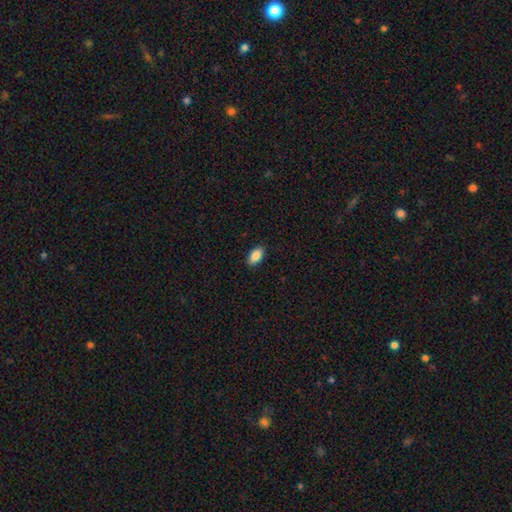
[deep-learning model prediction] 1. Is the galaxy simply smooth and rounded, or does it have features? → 88% smooth, 7% star or artifact, 5% featured or disk.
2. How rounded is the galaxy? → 93% in between, 4% round, 3% cigar-shaped.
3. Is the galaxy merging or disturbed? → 89% none, 8% minor disturbance, 2% major disturbance, 1% merger.